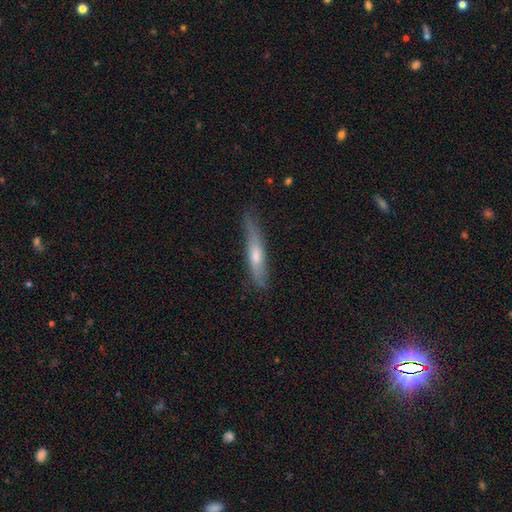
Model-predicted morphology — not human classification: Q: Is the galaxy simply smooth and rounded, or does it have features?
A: smooth — 49%.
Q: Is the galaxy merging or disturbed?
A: none — 75%.